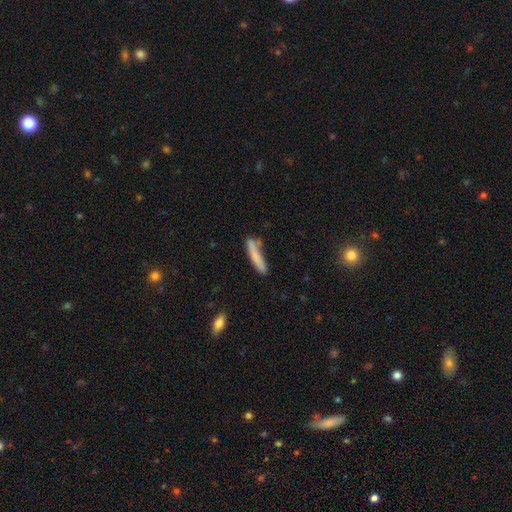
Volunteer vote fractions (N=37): A smooth galaxy with no disk features (81%) that is cigar-shaped (93%).

Vote fractions:
- Smooth or featured? smooth: 81% / featured or disk: 14% / star or artifact: 5%
- How rounded? cigar-shaped: 93% / round: 3% / in between: 3%
- Merging? none: 77% / minor disturbance: 14% / merger: 6% / major disturbance: 3%